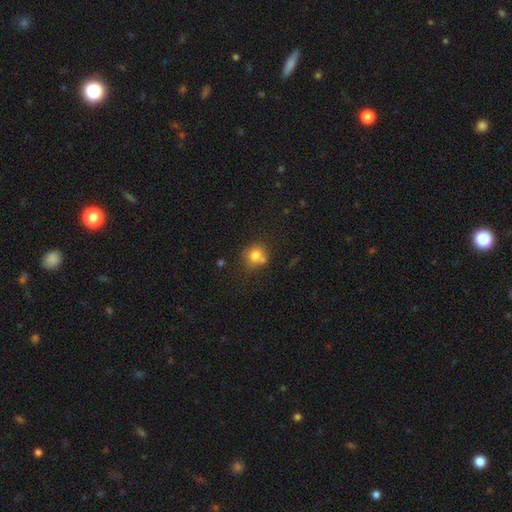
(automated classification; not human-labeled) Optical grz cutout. It shows a smooth galaxy with no disk features (78%) that is round (77%). Merging: none (59%).